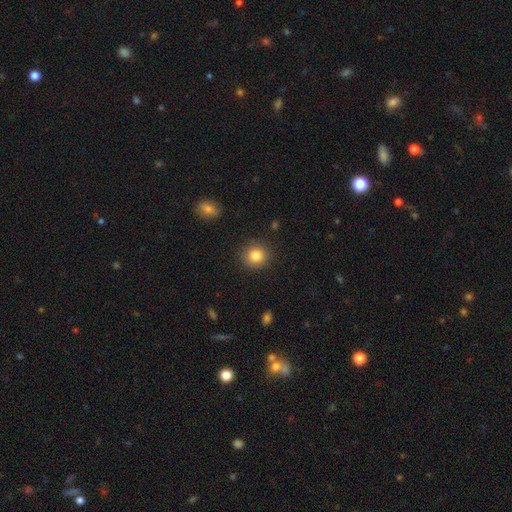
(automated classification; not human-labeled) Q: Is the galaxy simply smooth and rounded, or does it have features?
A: smooth — 83%.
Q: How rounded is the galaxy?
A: round — 89%.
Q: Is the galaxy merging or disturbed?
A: none — 90%.